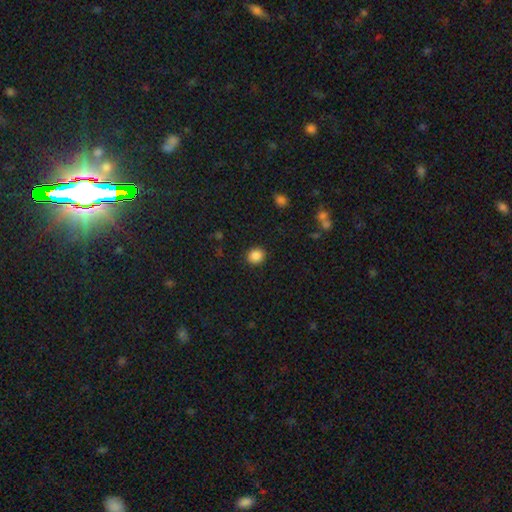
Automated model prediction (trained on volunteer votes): Morphology: type=smooth (87%); roundness=round (74%); merging=none (90%).